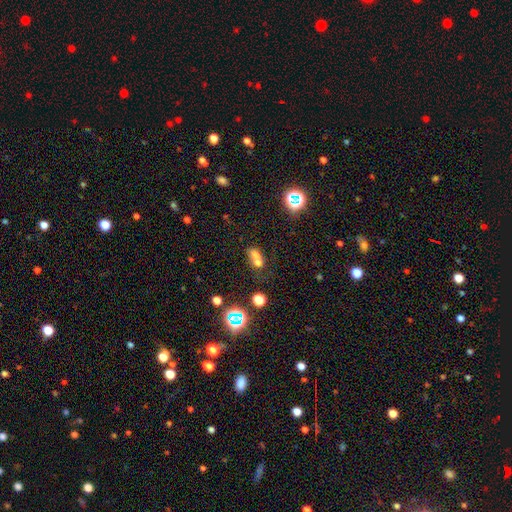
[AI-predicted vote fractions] Q: Smooth or featured?
A: smooth (60%); runner-up: star or artifact (21%)
Q: How rounded?
A: in between (54%); runner-up: round (43%)
Q: Merging?
A: merger (63%); runner-up: none (26%)